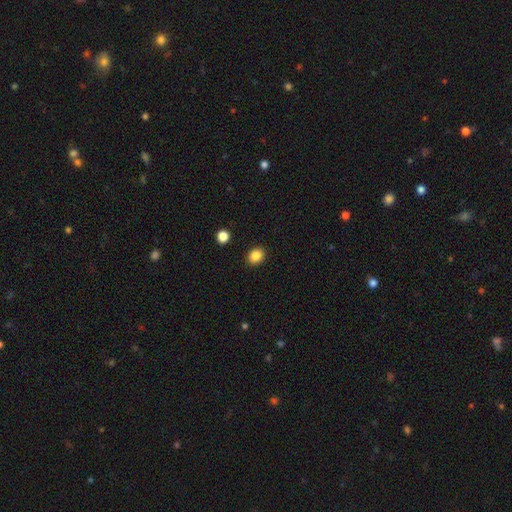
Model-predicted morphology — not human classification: Smooth or featured? Predicted: smooth (p=0.86). How rounded? Predicted: in between (p=0.50). Merging? Predicted: none (p=0.89).